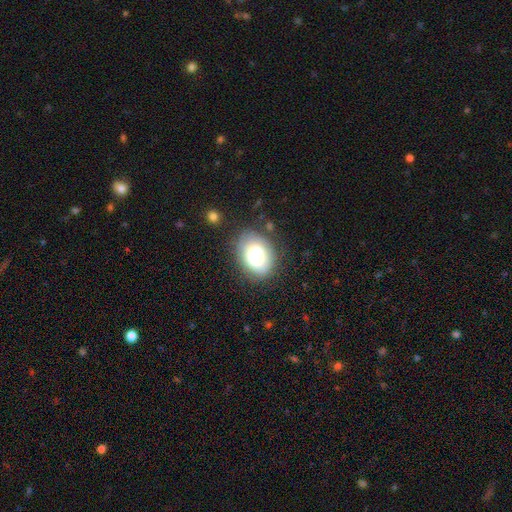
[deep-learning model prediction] smooth-or-featured: smooth: 78% | featured or disk: 14% | star or artifact: 8%
  how-rounded: in between: 70% | round: 29% | cigar-shaped: 1%
  merging: none: 77% | minor disturbance: 15% | major disturbance: 5% | merger: 2%